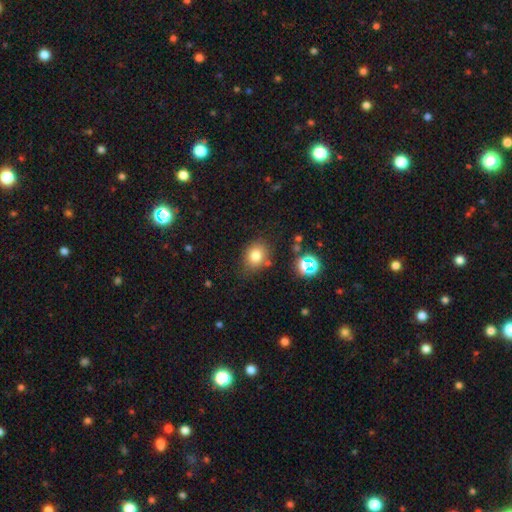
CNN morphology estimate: This appears to be a smooth galaxy with no disk features (78%) that is round (54%). Merging: none (75%).